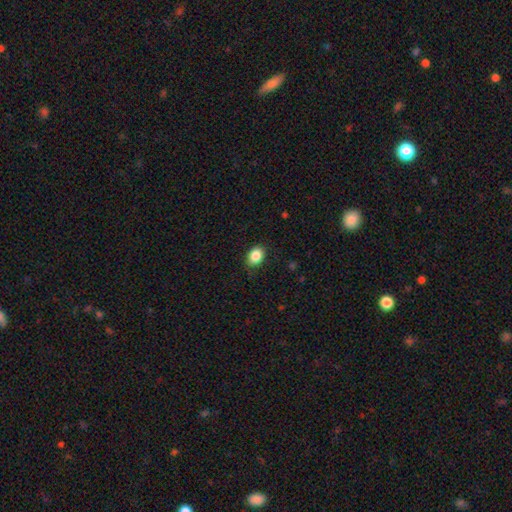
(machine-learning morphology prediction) A smooth galaxy with no disk features (87%) that is in between round and cigar-shaped (65%).

Vote fractions:
- Smooth or featured? smooth: 87% / star or artifact: 9% / featured or disk: 4%
- How rounded? in between: 65% / round: 34% / cigar-shaped: 1%
- Merging? none: 83% / minor disturbance: 13% / major disturbance: 3% / merger: 1%